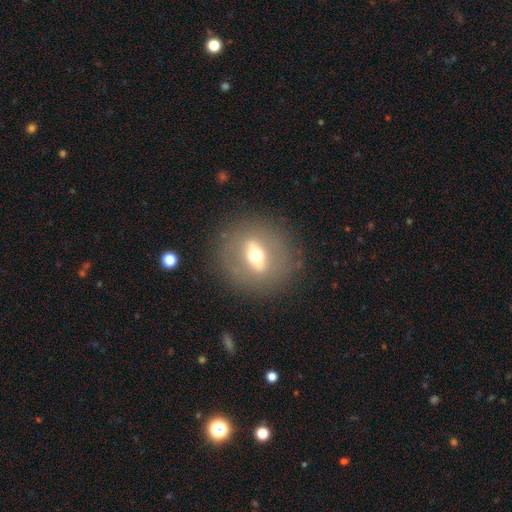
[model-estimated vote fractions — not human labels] Smooth or featured: featured or disk — 59% (smooth — 32%)
Edge-on disk: no — 64% (yes — 36%)
Merging: none — 84% (minor disturbance — 9%)